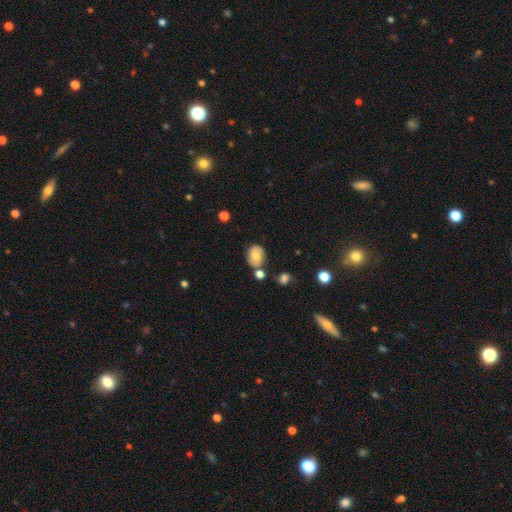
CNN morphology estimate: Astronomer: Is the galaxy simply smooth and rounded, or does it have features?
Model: smooth — 53% (runner-up: featured or disk, 37%).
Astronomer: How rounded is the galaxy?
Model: in between — 55% (runner-up: round, 44%).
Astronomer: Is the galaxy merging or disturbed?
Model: none — 65%.